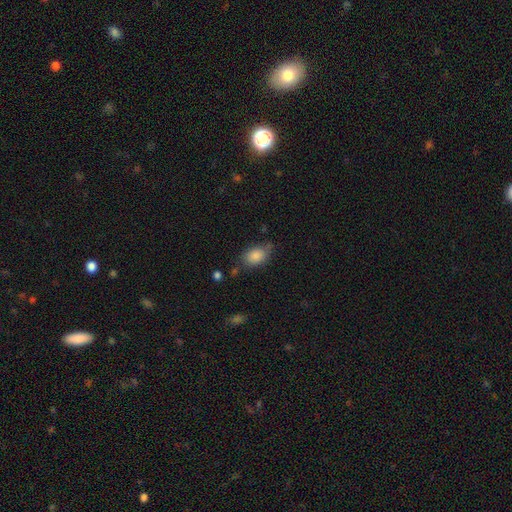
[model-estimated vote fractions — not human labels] A smooth galaxy with no disk features (85%) that is in between round and cigar-shaped (87%). Merging: none (66%).